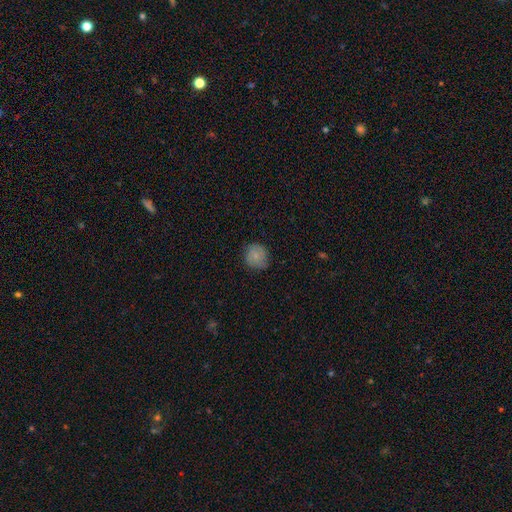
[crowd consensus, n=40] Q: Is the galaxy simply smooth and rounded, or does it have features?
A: smooth — 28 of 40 (70%).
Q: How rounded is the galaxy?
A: round — 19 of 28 (68%).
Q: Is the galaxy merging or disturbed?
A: none — 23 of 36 (64%).